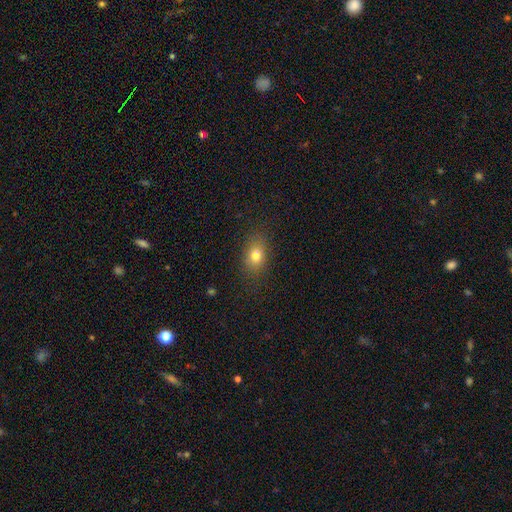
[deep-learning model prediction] This is likely a smooth galaxy (78%). How rounded: likely in between (73%). Merging: clearly none (83%).